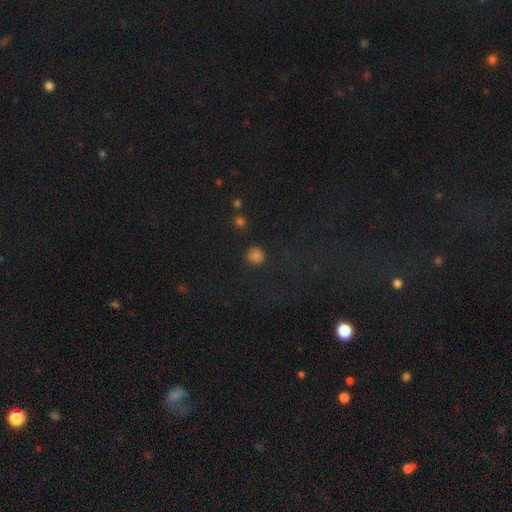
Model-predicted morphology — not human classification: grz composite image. It shows a smooth galaxy with no disk features (80%) that is round (91%). Merging: none (87%).